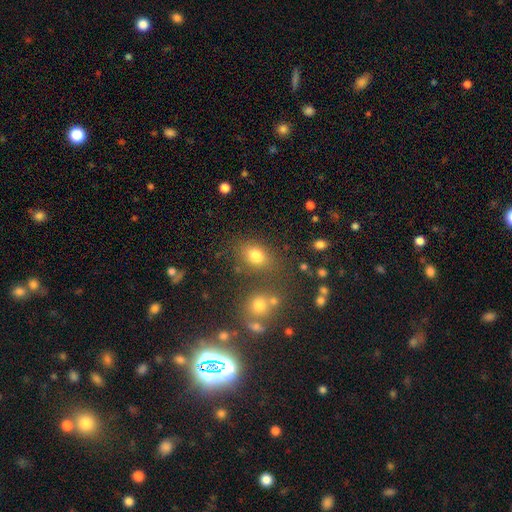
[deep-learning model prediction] Smooth or featured? Predicted: smooth (p=0.76). How rounded? Predicted: in between (p=0.63). Merging? Predicted: none (p=0.70).